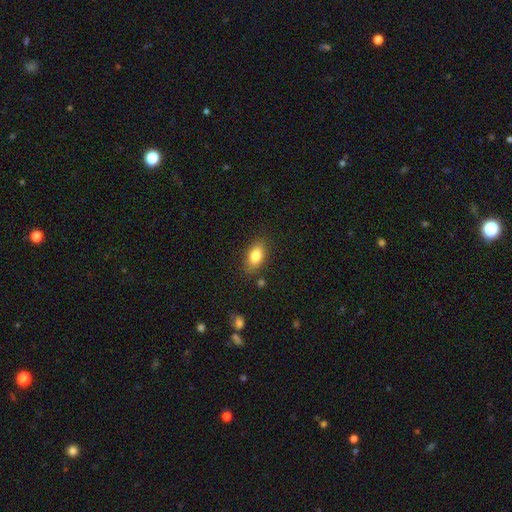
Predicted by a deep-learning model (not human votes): Smooth or featured? Predicted: smooth (p=0.82). How rounded? Predicted: in between (p=0.86). Merging? Predicted: none (p=0.83).